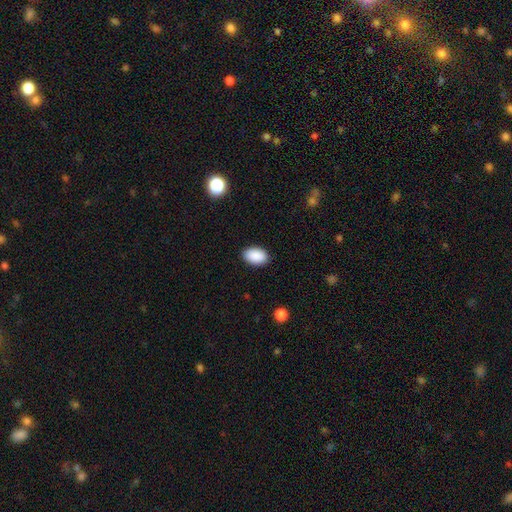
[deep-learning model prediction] Morphology: type=smooth (90%); roundness=in between (91%); merging=none (89%).